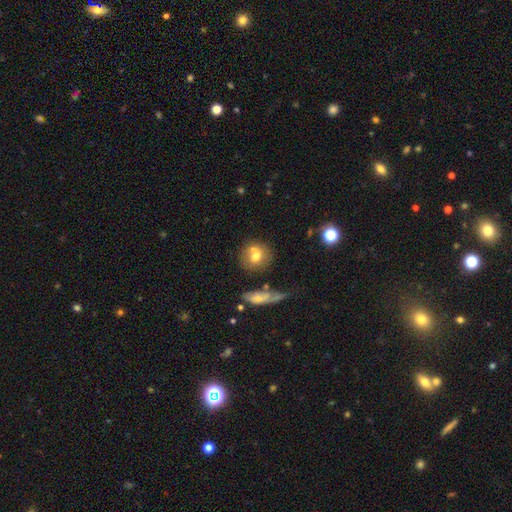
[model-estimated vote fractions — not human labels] Smooth or featured? smooth (65%)
How rounded? round (79%)
Merging? none (49%)